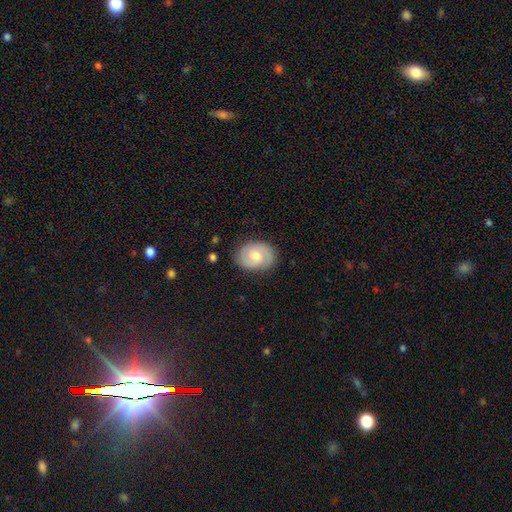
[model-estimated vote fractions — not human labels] Morphology: type=featured or disk (56%); edge-on=no (96%); bar=no (55%); spiral arms=yes (83%); bulge=moderate (67%); merging=none (81%).